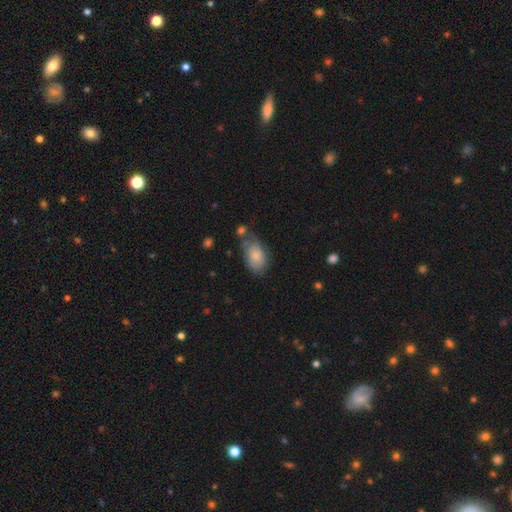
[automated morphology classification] This appears to be a smooth galaxy with no disk features (74%) that is in between round and cigar-shaped (91%). Merging: none (45%).